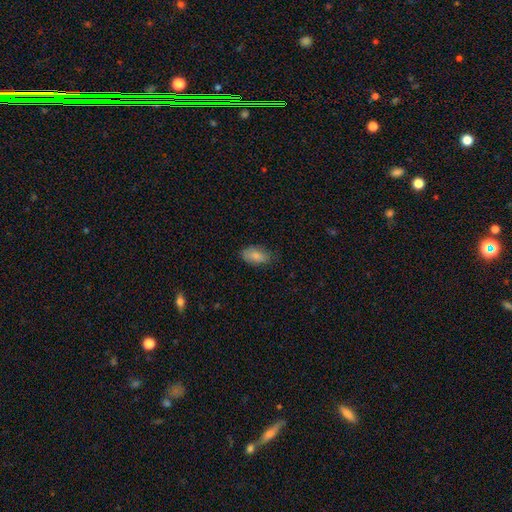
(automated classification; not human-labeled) Overall: smooth (82%). How rounded: in between (92%). Merging: none (73%).